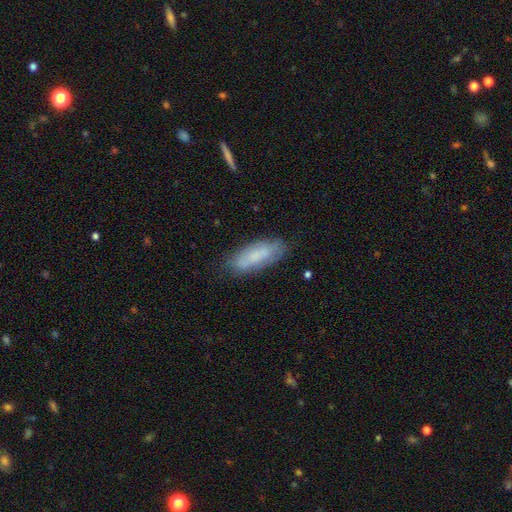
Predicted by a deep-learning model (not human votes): Smooth or featured?
  - smooth: 69% *
  - featured or disk: 24%
  - star or artifact: 7%
How rounded?
  - in between: 65% *
  - cigar-shaped: 33%
  - round: 2%
Merging?
  - none: 74% *
  - minor disturbance: 19%
  - major disturbance: 5%
  - merger: 2%